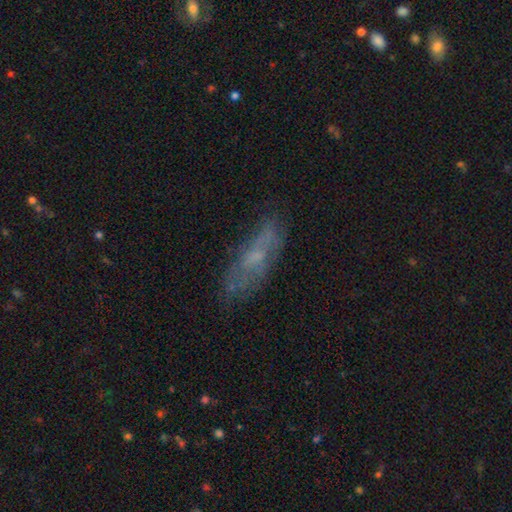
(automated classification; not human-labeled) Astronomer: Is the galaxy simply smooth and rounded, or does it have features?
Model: featured or disk — 45% (runner-up: smooth, 44%).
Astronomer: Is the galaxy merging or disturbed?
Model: none — 67%.